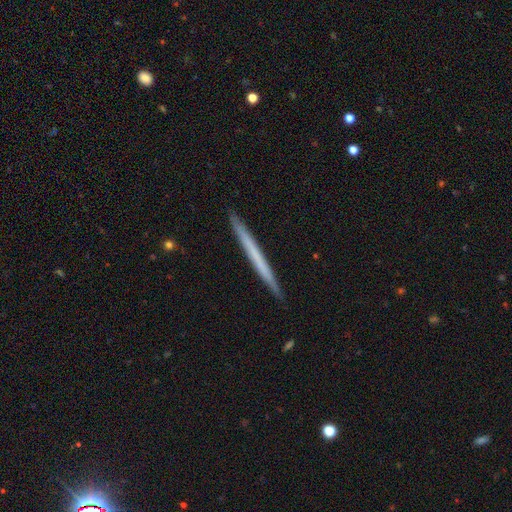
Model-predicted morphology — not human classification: Overall: smooth (51%; featured or disk 43%). How rounded: cigar-shaped (98%). Merging: none (92%).